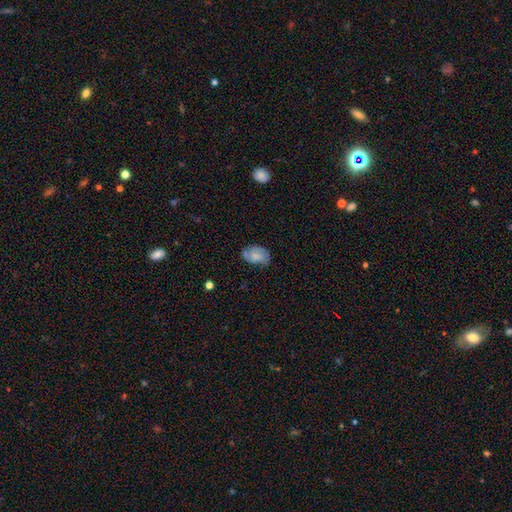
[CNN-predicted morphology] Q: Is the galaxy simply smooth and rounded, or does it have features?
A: smooth — 52%.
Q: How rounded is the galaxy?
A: in between — 83%.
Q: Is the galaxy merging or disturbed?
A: none — 60%.